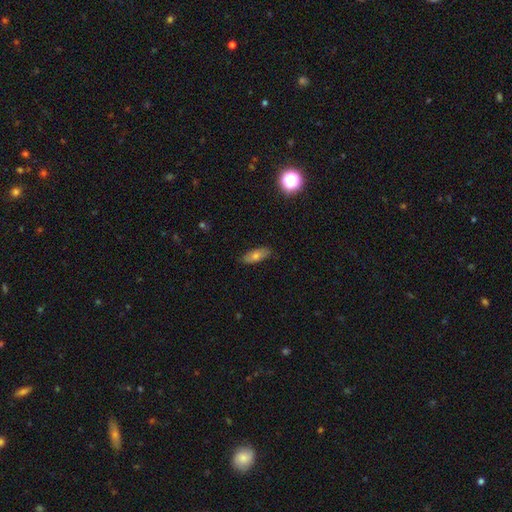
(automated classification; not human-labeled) smooth_or_featured: smooth (p=0.66) [alt: featured or disk p=0.24]
how_rounded: in between (p=0.77) [alt: cigar-shaped p=0.19]
merging: none (p=0.83) [alt: minor disturbance p=0.13]